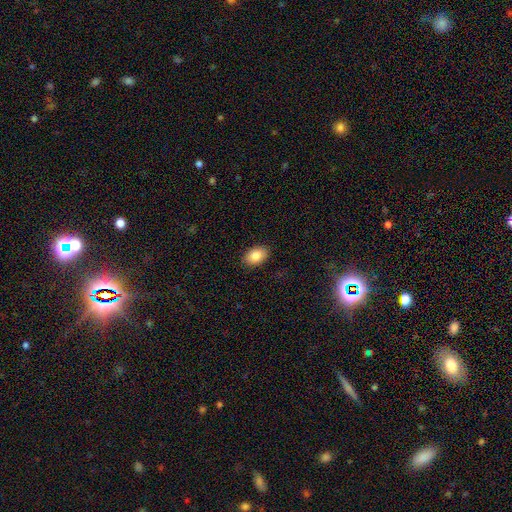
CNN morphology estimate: smooth-or-featured: smooth: 85% | featured or disk: 8% | star or artifact: 8%
  how-rounded: in between: 85% | round: 14% | cigar-shaped: 1%
  merging: none: 89% | minor disturbance: 8% | major disturbance: 2% | merger: 1%